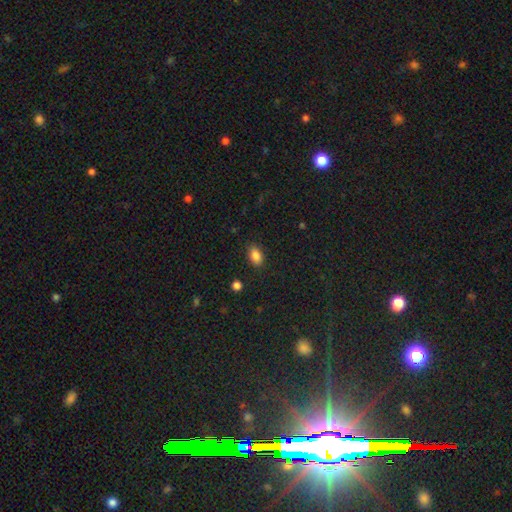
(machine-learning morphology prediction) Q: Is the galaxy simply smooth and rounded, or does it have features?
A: smooth — 86%.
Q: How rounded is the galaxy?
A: in between — 89%.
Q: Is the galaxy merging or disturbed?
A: none — 87%.